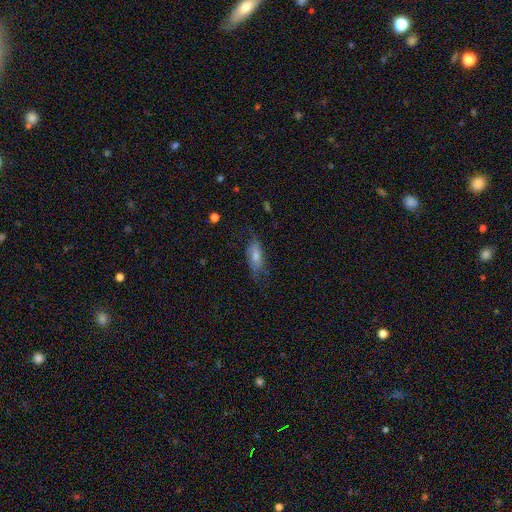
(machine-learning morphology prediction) Smooth or featured? Predicted: smooth (p=0.52). How rounded? Predicted: in between (p=0.67). Merging? Predicted: none (p=0.65).